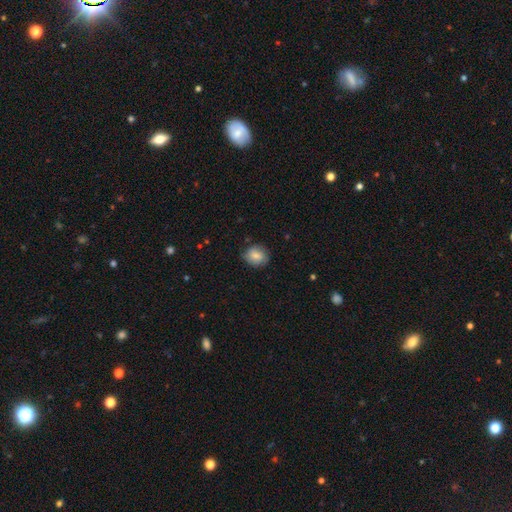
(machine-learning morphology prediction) Smooth or featured?
  - smooth: 79% *
  - featured or disk: 14%
  - star or artifact: 8%
How rounded?
  - round: 77% *
  - in between: 23%
  - cigar-shaped: 1%
Merging?
  - none: 78% *
  - minor disturbance: 18%
  - major disturbance: 4%
  - merger: 1%